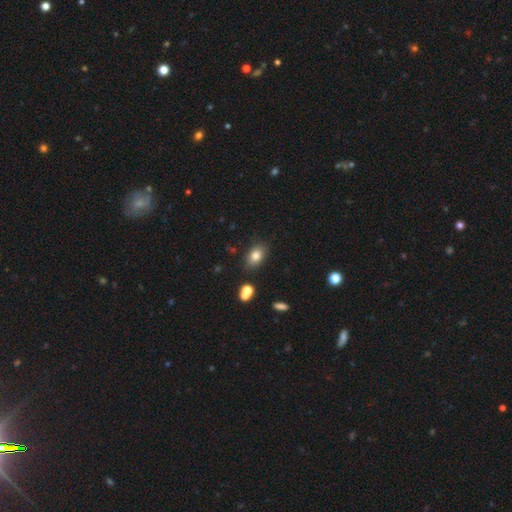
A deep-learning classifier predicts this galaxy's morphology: Smooth or featured?
  - smooth: 78% *
  - star or artifact: 11%
  - featured or disk: 11%
How rounded?
  - in between: 80% *
  - round: 18%
  - cigar-shaped: 2%
Merging?
  - none: 81% *
  - minor disturbance: 12%
  - merger: 4%
  - major disturbance: 3%